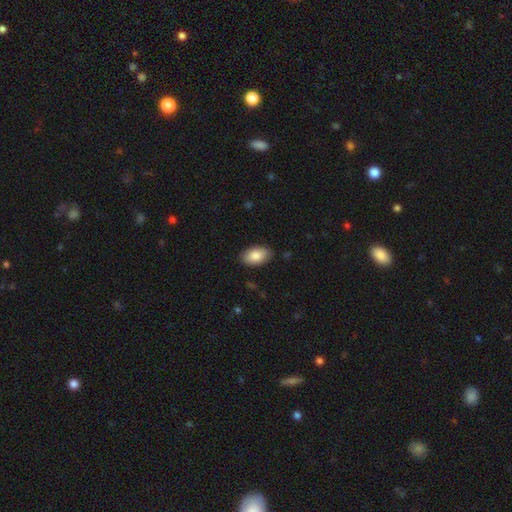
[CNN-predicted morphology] Q: Smooth or featured?
A: smooth (85%); runner-up: featured or disk (8%)
Q: How rounded?
A: in between (94%); runner-up: round (5%)
Q: Merging?
A: none (88%); runner-up: minor disturbance (9%)